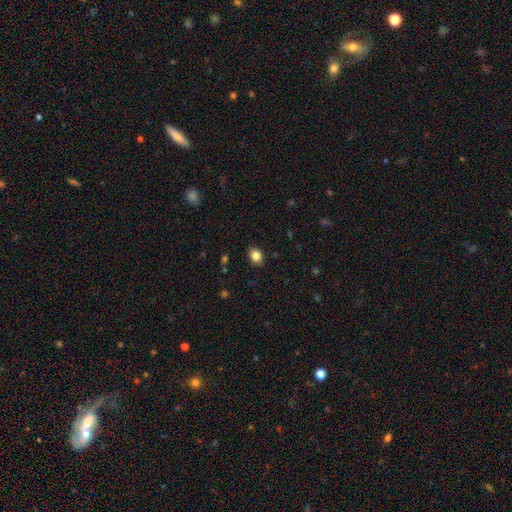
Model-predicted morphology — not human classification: Smooth or featured? smooth (84%)
How rounded? in between (64%)
Merging? none (87%)